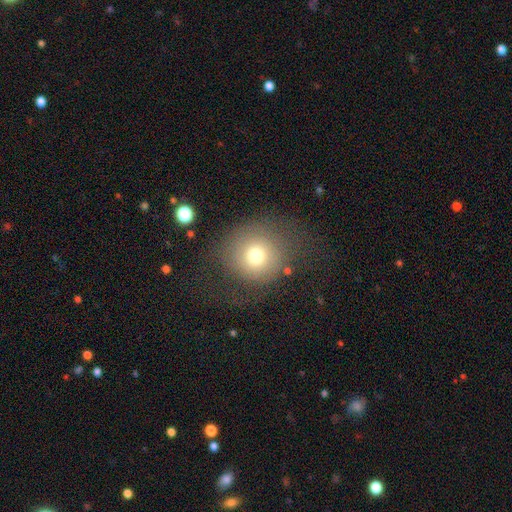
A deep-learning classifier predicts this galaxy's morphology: smooth-or-featured: smooth: 71% | featured or disk: 16% | star or artifact: 14%
  how-rounded: round: 91% | in between: 8% | cigar-shaped: 1%
  merging: none: 67% | major disturbance: 16% | minor disturbance: 15% | merger: 2%